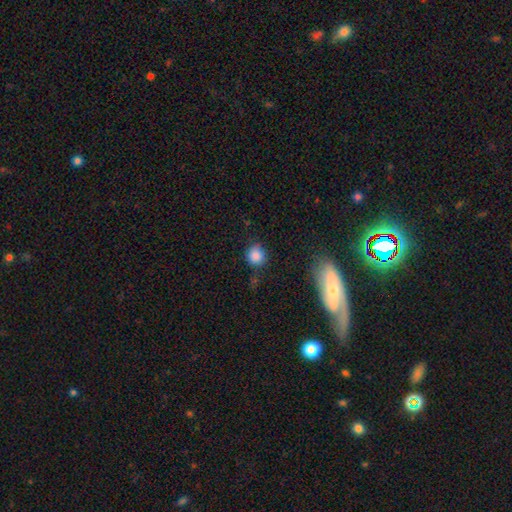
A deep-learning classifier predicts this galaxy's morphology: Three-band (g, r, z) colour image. It shows a smooth galaxy with no disk features (85%) that is round (87%). Merging: none (77%).